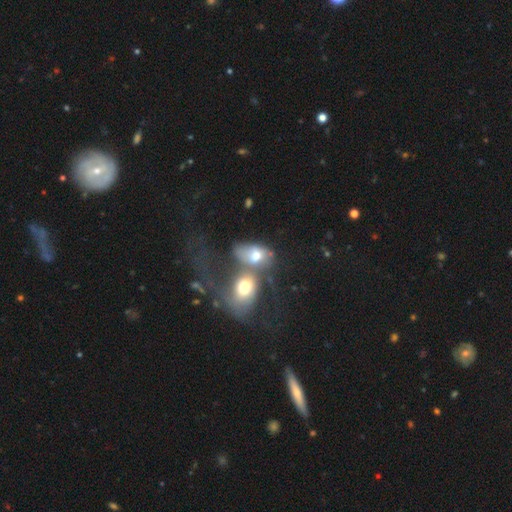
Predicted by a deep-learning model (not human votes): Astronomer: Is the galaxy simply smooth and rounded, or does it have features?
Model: smooth — 59%.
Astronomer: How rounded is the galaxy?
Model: in between — 77%.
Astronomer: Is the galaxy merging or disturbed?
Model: merger — 68%.